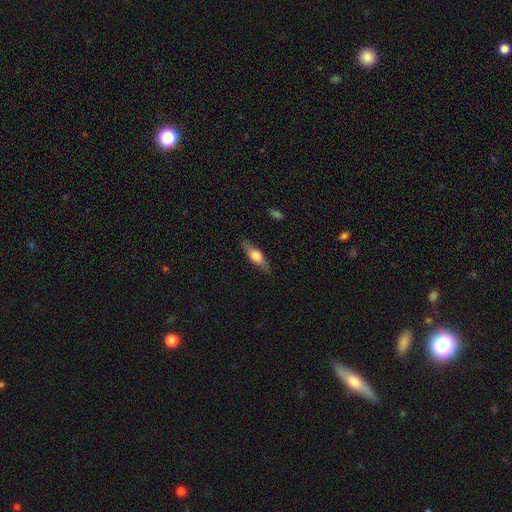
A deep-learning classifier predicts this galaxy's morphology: Overall: smooth (58%; featured or disk 36%). How rounded: in between (56%; cigar-shaped 41%). Merging: none (81%).